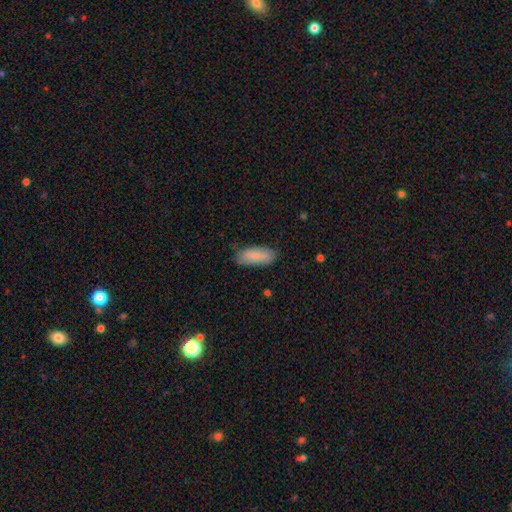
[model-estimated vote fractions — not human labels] The model was most divided on "how rounded": in between: 77%, cigar-shaped: 21%, round: 2%. More confident: smooth or featured — smooth (80%); merging — none (80%).